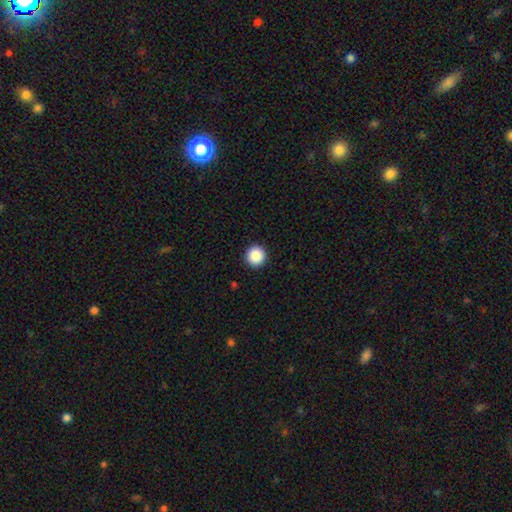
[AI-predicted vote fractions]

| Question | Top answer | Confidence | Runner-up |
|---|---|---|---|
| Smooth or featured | smooth | 88% | star or artifact (9%) |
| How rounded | round | 95% | in between (4%) |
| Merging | none | 93% | minor disturbance (4%) |